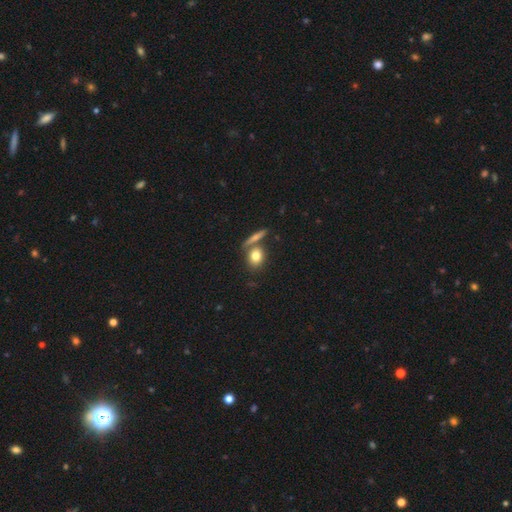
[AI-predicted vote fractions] Q: Smooth or featured?
A: smooth (77%); runner-up: featured or disk (14%)
Q: How rounded?
A: round (54%); runner-up: in between (40%)
Q: Merging?
A: none (63%); runner-up: merger (24%)